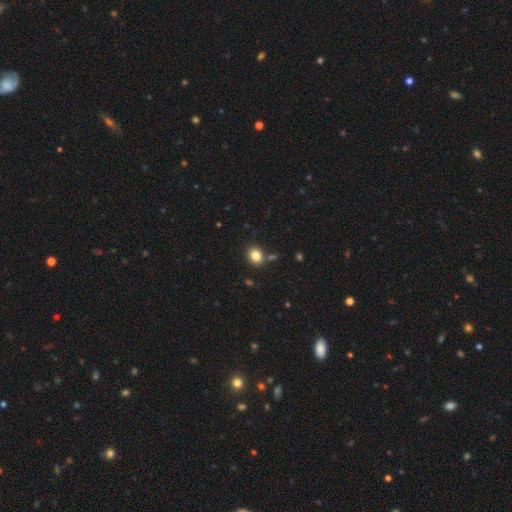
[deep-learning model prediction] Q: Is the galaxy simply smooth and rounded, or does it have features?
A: smooth — 83%.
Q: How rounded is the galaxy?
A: round — 50%.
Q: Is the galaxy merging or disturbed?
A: none — 80%.